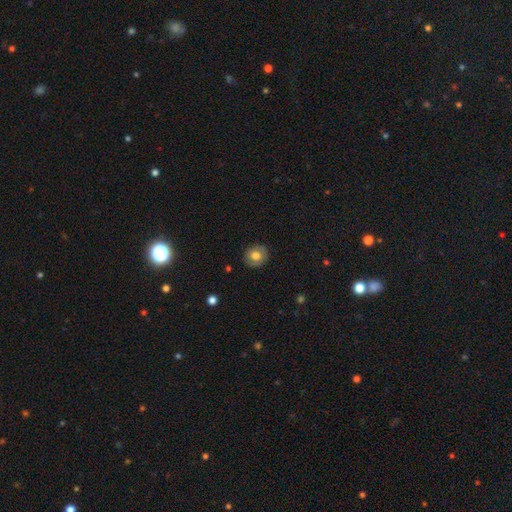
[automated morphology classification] This is likely a smooth galaxy (64%). How rounded: likely round (78%). Merging: clearly none (84%).